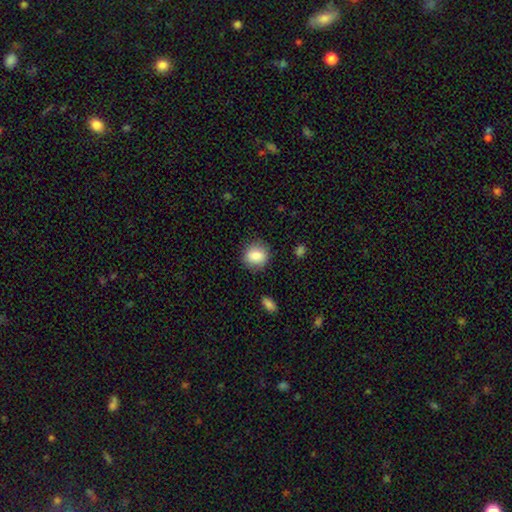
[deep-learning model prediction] Overall: smooth (85%). How rounded: round (72%). Merging: none (83%).